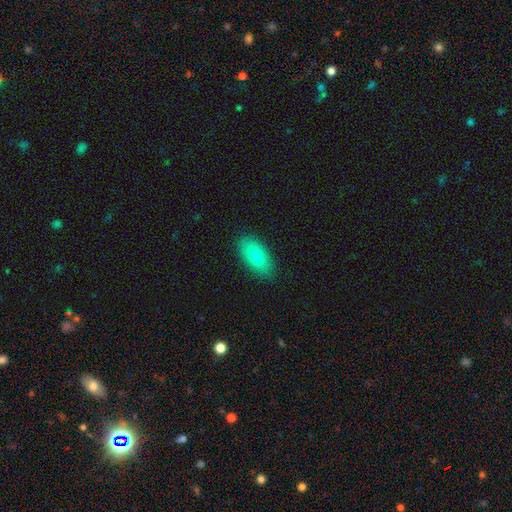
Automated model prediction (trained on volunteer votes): The model was most divided on "smooth or featured": smooth: 83%, featured or disk: 11%, star or artifact: 6%. More confident: how rounded — in between (89%); merging — none (86%).